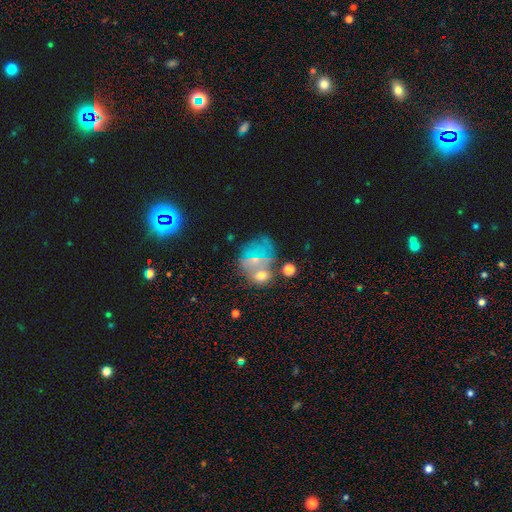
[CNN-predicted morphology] type=smooth (39%); merging=none (40%).